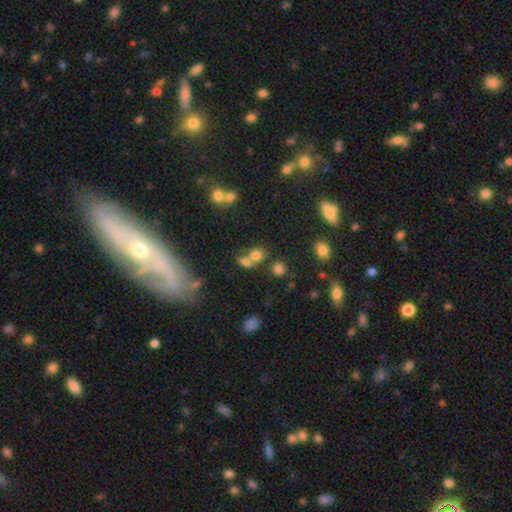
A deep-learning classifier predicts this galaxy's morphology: smooth 71%, star or artifact 18%, featured or disk 11%. Down the decision tree: how rounded — round (65%); merging — merger (46%).